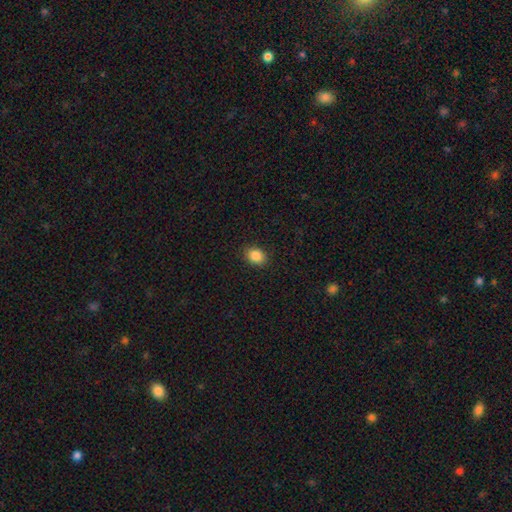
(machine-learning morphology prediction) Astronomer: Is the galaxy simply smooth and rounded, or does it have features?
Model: smooth — 86%.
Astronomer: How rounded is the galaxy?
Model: in between — 60% (runner-up: round, 39%).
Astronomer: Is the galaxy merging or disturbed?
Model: none — 89%.